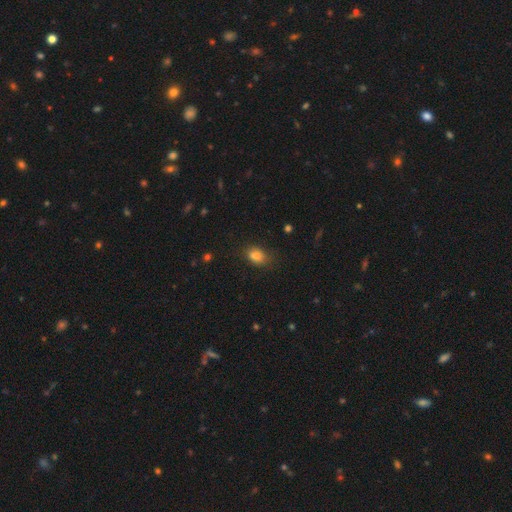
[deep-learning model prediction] Smooth or featured: smooth — 84% (star or artifact — 11%)
How rounded: in between — 75% (round — 23%)
Merging: none — 72% (minor disturbance — 20%)